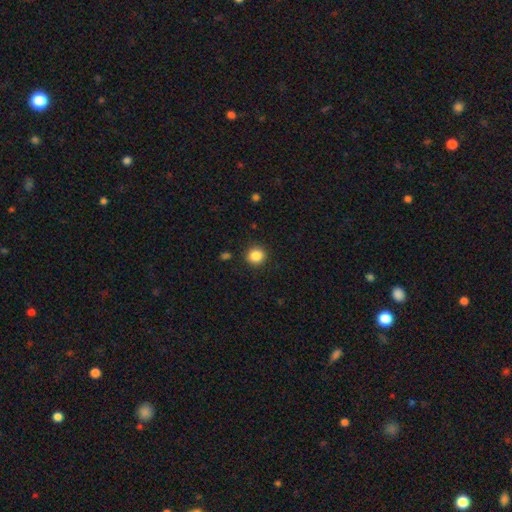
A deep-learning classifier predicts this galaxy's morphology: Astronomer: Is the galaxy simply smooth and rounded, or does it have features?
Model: smooth — 86%.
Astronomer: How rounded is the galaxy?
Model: round — 89%.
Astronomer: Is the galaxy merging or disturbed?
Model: none — 91%.